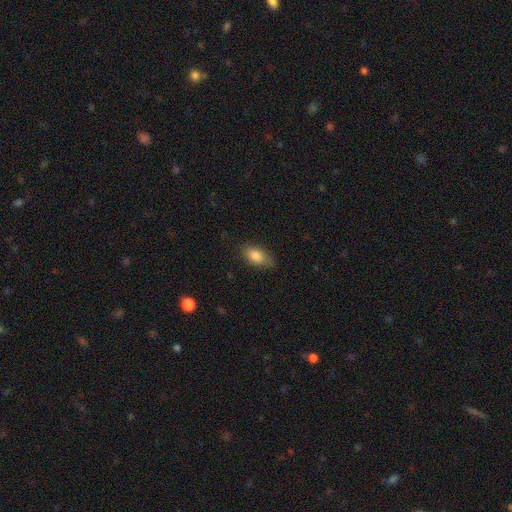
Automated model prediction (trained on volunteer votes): This is clearly a smooth galaxy (84%). How rounded: clearly in between (90%). Merging: likely none (77%).